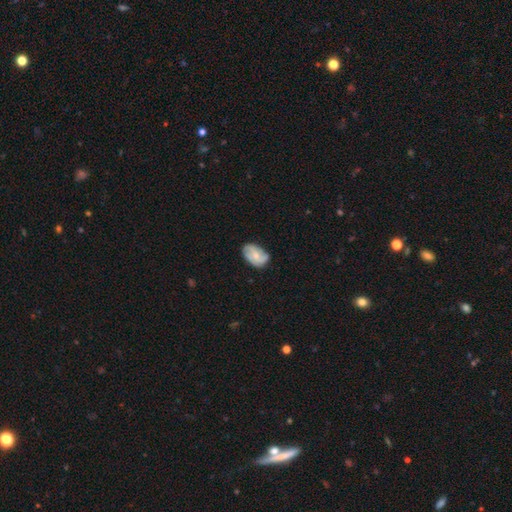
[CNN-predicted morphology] Overall: featured or disk (49%; smooth 44%). Merging: none (61%; minor disturbance 30%).